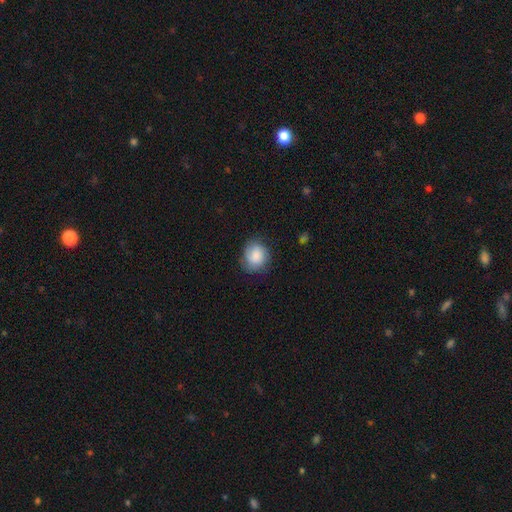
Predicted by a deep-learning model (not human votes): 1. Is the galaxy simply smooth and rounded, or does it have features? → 81% smooth, 12% featured or disk, 7% star or artifact.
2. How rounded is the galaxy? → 71% round, 28% in between, 1% cigar-shaped.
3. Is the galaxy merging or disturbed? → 74% none, 19% minor disturbance, 5% major disturbance, 1% merger.